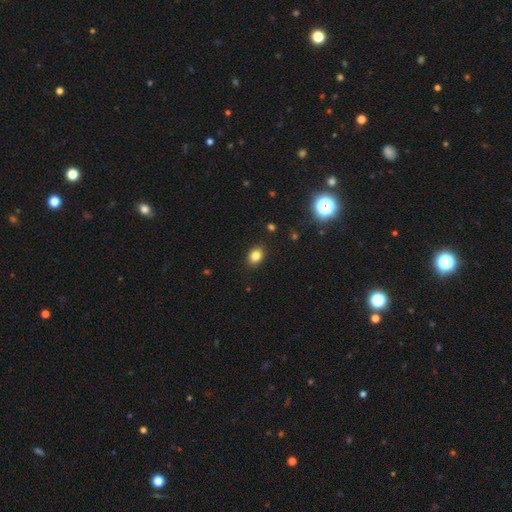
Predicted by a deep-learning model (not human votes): A smooth galaxy with no disk features (83%) that is in between round and cigar-shaped (64%). Merging: none (89%).